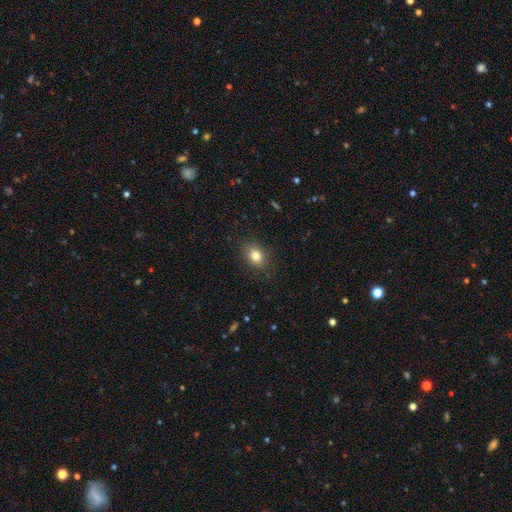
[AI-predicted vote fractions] Smooth or featured? Predicted: smooth (p=0.82). How rounded? Predicted: in between (p=0.66). Merging? Predicted: none (p=0.87).